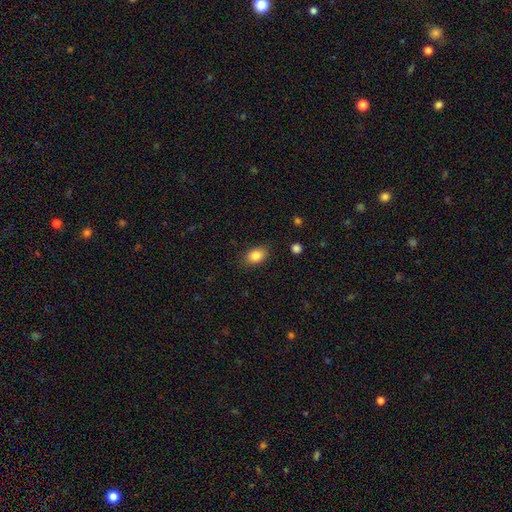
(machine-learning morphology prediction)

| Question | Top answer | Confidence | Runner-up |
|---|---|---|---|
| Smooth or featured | smooth | 85% | star or artifact (8%) |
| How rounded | in between | 83% | round (15%) |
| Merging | none | 85% | minor disturbance (11%) |